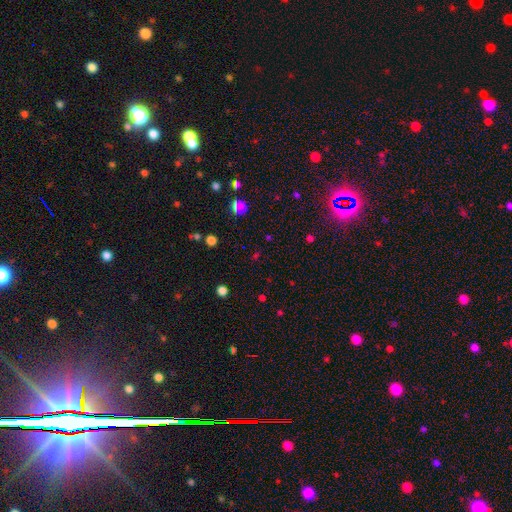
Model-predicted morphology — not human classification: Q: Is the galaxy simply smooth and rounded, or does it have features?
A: star or artifact — 55%.